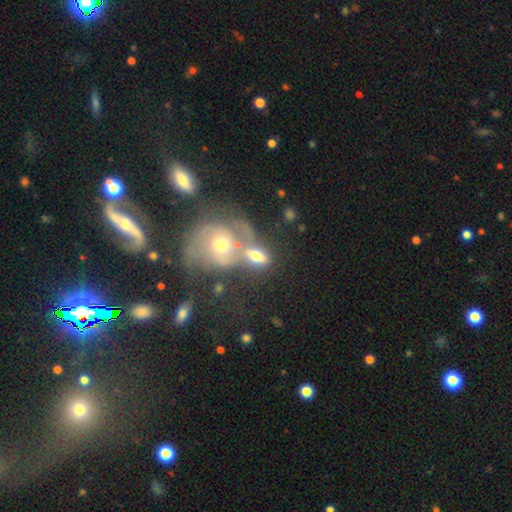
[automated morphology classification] type=smooth (51%); roundness=in between (73%); merging=merger (54%).